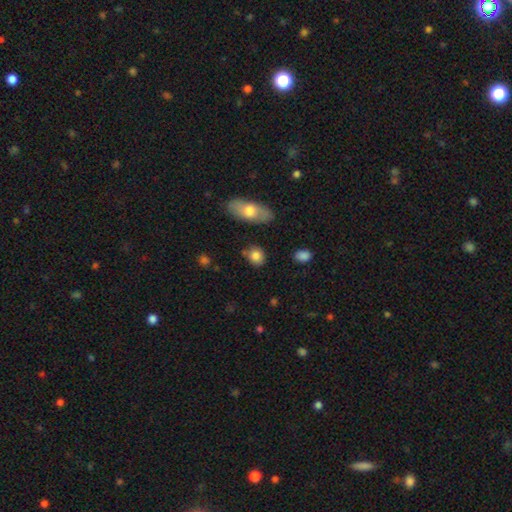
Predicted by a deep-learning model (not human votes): Overall: smooth (83%). How rounded: round (60%; in between 38%). Merging: none (73%).